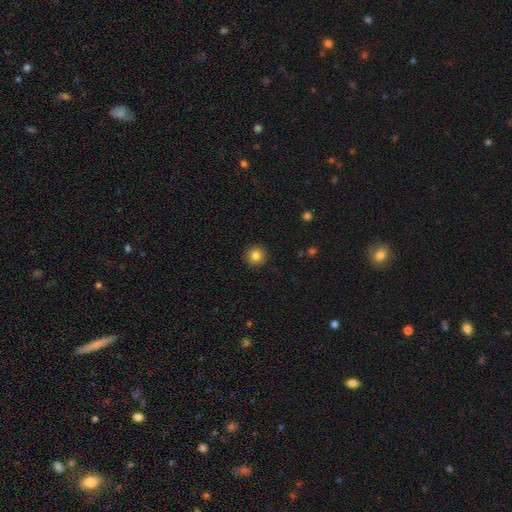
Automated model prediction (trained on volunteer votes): smooth-or-featured: smooth: 84% | star or artifact: 10% | featured or disk: 6%
  how-rounded: round: 95% | in between: 4% | cigar-shaped: 1%
  merging: none: 92% | minor disturbance: 5% | major disturbance: 2% | merger: 1%